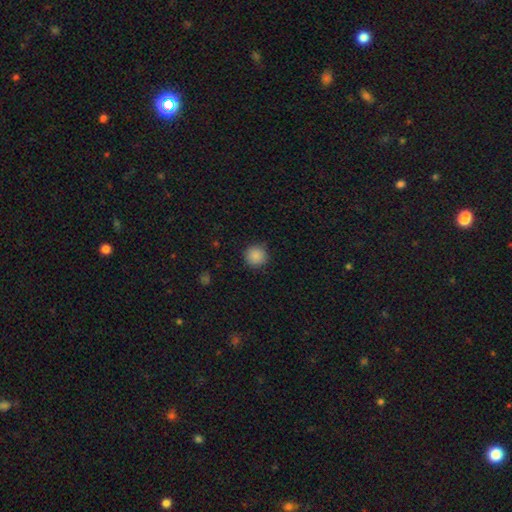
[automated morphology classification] Smooth or featured?
  - smooth: 87% *
  - star or artifact: 10%
  - featured or disk: 3%
How rounded?
  - round: 94% *
  - in between: 5%
  - cigar-shaped: 1%
Merging?
  - none: 87% *
  - minor disturbance: 9%
  - major disturbance: 2%
  - merger: 1%